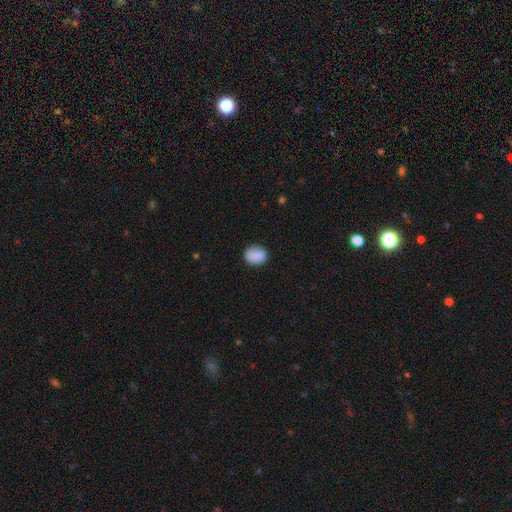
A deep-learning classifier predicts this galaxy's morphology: smooth-or-featured: smooth: 85% | star or artifact: 8% | featured or disk: 8%
  how-rounded: in between: 51% | round: 47% | cigar-shaped: 1%
  merging: none: 75% | minor disturbance: 18% | major disturbance: 5% | merger: 3%